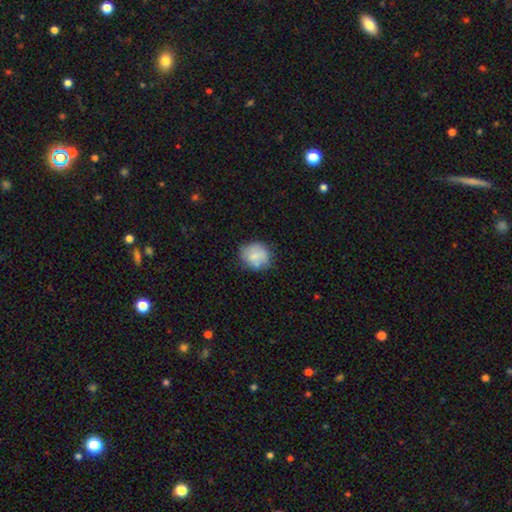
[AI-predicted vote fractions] The model was most divided on "merging": none: 67%, minor disturbance: 22%, major disturbance: 6%, merger: 4%. More confident: smooth or featured — smooth (76%); how rounded — round (73%).